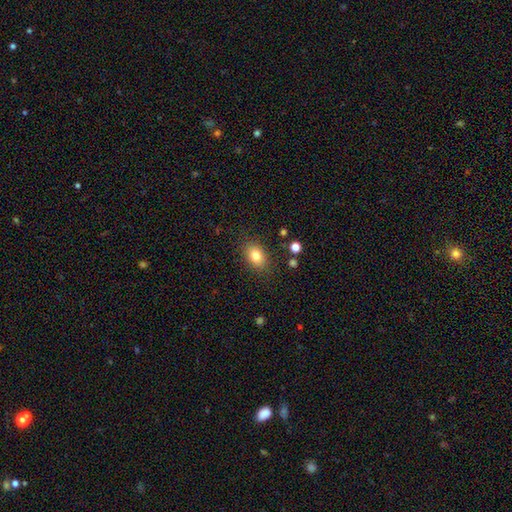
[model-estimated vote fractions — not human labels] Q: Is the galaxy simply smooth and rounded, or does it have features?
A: smooth — 81%.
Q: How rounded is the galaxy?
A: in between — 75%.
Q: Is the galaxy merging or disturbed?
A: none — 85%.